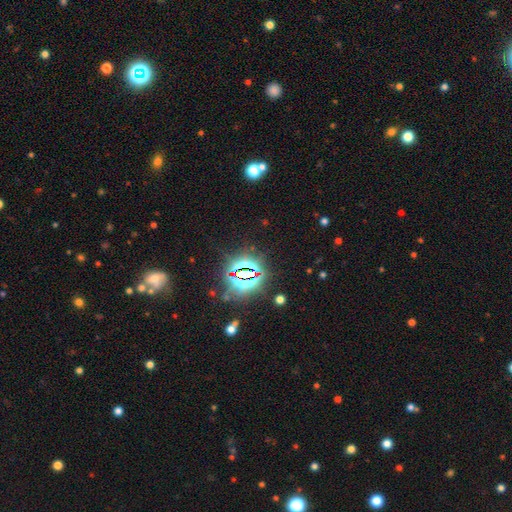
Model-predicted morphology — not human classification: Smooth or featured?
  - star or artifact: 81% *
  - smooth: 11%
  - featured or disk: 8%